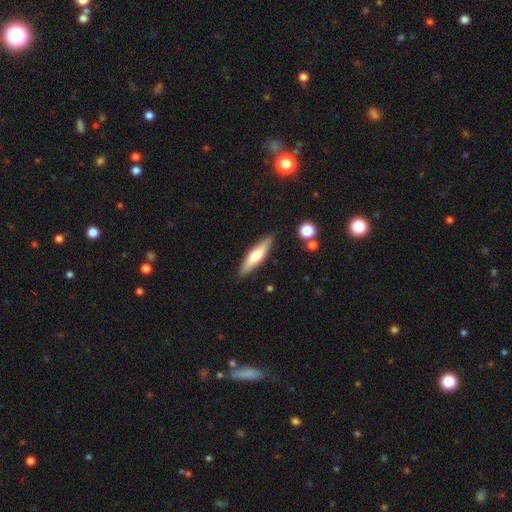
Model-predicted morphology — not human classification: The model was most divided on "smooth or featured": smooth: 64%, featured or disk: 30%, star or artifact: 6%. More confident: merging — none (85%); how rounded — cigar-shaped (71%).